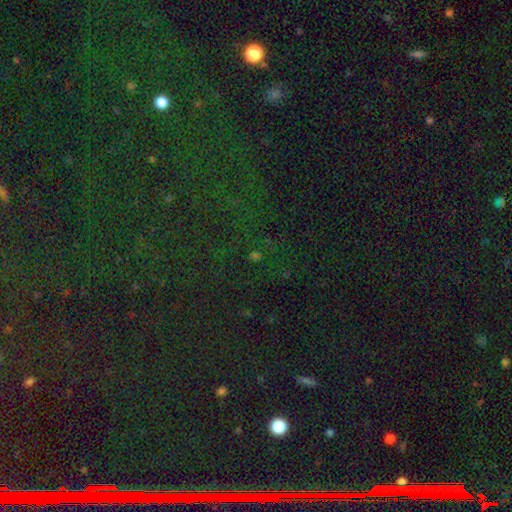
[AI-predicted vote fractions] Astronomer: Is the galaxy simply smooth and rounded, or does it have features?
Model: star or artifact — 71%.